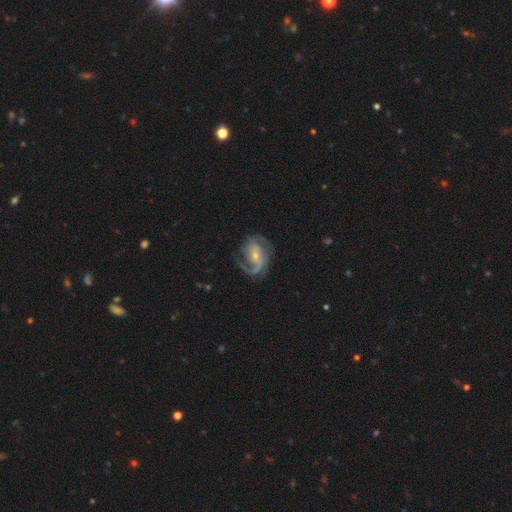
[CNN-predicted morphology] This is clearly a featured or disk galaxy (87%). It is clearly not viewed edge-on (97%). Bar: marginally no (40%). Spiral arm pattern: clearly yes (96%). Spiral arm count: likely 2 (65%). Spiral winding: possibly medium (50%). Central bulge: possibly small (60%). Merging: likely none (67%).